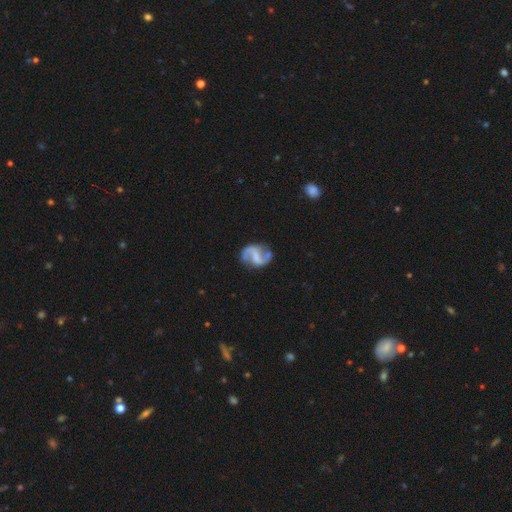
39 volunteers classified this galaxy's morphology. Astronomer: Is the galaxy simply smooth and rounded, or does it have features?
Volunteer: featured or disk — 85%.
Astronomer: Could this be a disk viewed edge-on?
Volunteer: no — 97%.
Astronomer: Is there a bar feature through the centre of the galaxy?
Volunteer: no — 47% (runner-up: strong, 28%).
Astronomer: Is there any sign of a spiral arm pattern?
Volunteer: yes — 97%.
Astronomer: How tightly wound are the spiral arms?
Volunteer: loose — 55% (runner-up: medium, 39%).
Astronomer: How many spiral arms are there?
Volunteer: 2 — 97%.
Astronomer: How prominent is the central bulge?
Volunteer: none — 69%.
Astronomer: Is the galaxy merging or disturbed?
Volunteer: none — 72%.